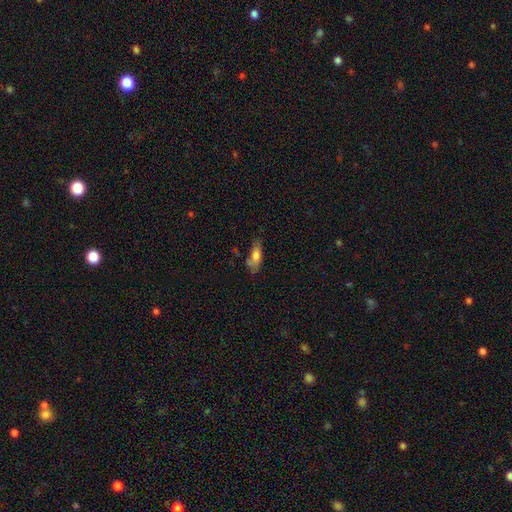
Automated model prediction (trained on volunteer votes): Smooth or featured? Predicted: smooth (p=0.71). How rounded? Predicted: in between (p=0.72). Merging? Predicted: none (p=0.54).